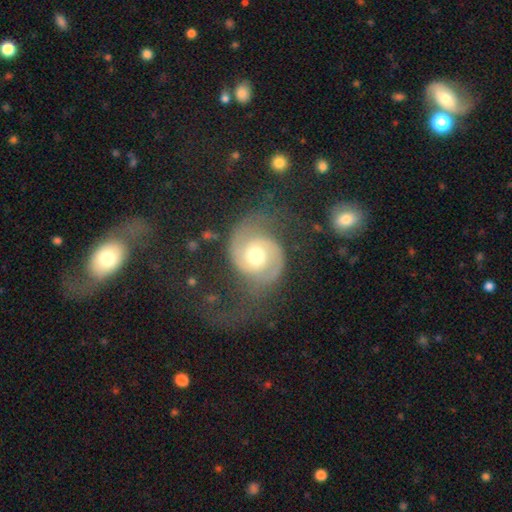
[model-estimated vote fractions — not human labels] smooth-or-featured: featured or disk: 87% | smooth: 7% | star or artifact: 5%
  disk-edge-on: no: 98% | yes: 2%
    bar: no: 67% | weak: 26% | strong: 7%
    has-spiral-arms: yes: 97% | no: 3%
      spiral-winding: medium: 48% | tight: 32% | loose: 20%
      spiral-arm-count: 2: 91% | can't tell: 3% | 1: 2% | 3: 1% | 4: 1% | more than 4: 1%
    bulge-size: moderate: 76% | small: 11% | large: 11% | dominant: 1% | none: 1%
  merging: none: 59% | major disturbance: 20% | minor disturbance: 19% | merger: 3%